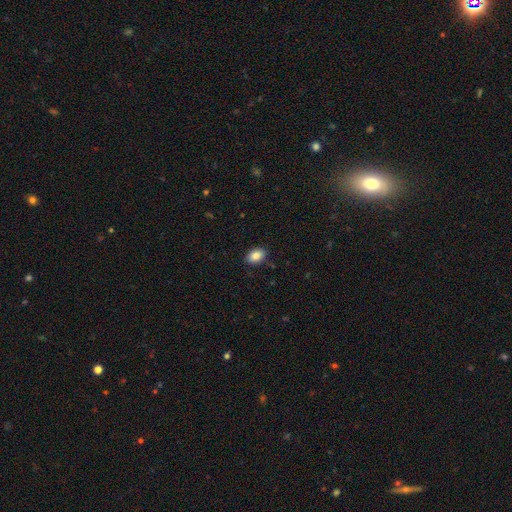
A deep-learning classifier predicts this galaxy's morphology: Q: Smooth or featured?
A: smooth (86%); runner-up: star or artifact (8%)
Q: How rounded?
A: in between (88%); runner-up: round (11%)
Q: Merging?
A: none (87%); runner-up: minor disturbance (9%)